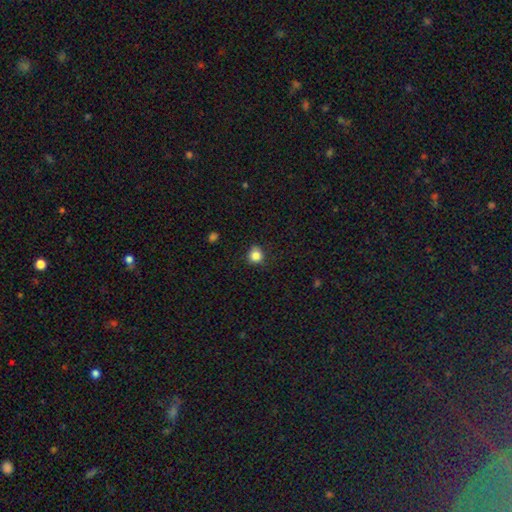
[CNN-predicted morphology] Smooth or featured? Predicted: smooth (p=0.84). How rounded? Predicted: round (p=0.83). Merging? Predicted: none (p=0.79).